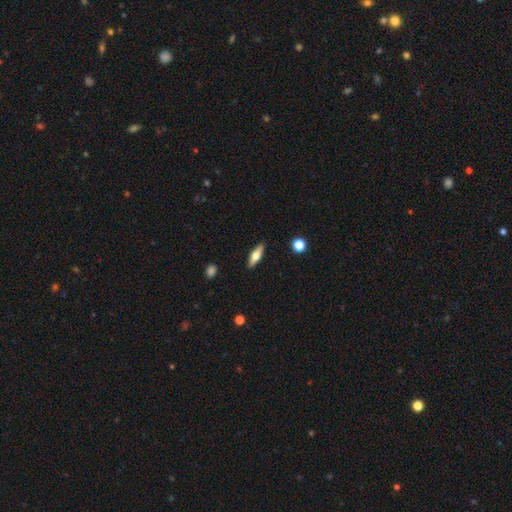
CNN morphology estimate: Smooth or featured: smooth — 54% (featured or disk — 40%)
How rounded: cigar-shaped — 50% (in between — 47%)
Merging: none — 89% (minor disturbance — 8%)